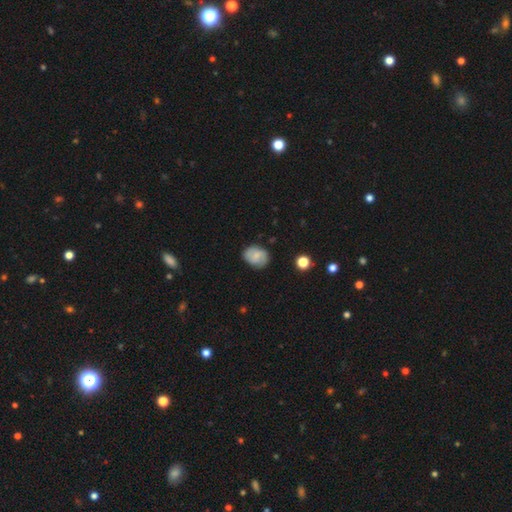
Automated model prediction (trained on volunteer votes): Smooth or featured? Predicted: smooth (p=0.70). How rounded? Predicted: in between (p=0.53). Merging? Predicted: none (p=0.78).